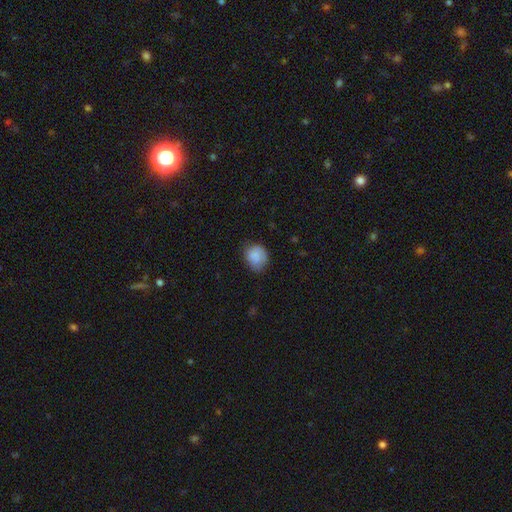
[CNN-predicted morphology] Smooth or featured? Predicted: smooth (p=0.81). How rounded? Predicted: round (p=0.62). Merging? Predicted: none (p=0.62).